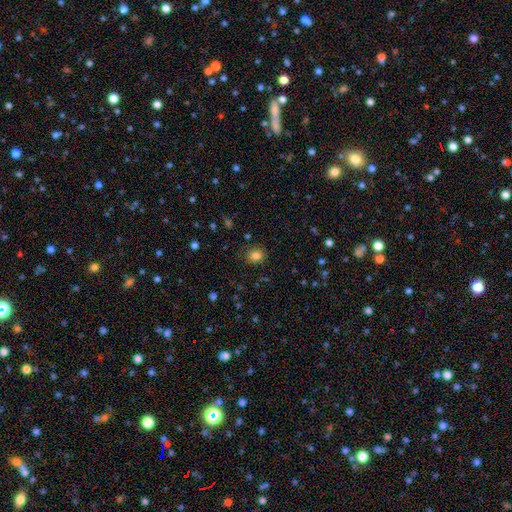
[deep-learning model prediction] Overall: smooth (82%). How rounded: round (77%). Merging: none (83%).